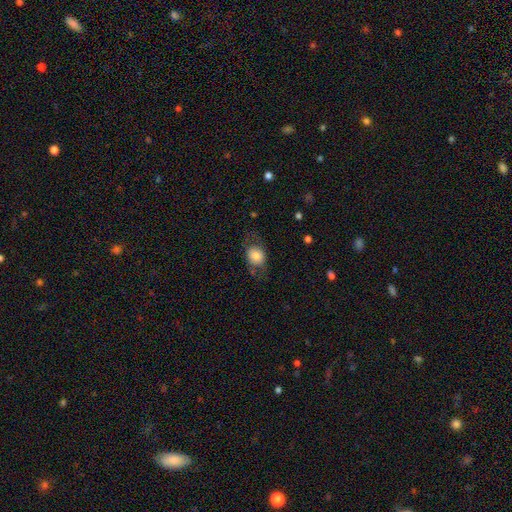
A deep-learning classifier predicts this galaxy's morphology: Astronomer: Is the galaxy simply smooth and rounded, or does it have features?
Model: smooth — 71%.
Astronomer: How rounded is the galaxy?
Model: in between — 51% (runner-up: round, 47%).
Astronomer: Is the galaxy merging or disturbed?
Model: none — 66%.